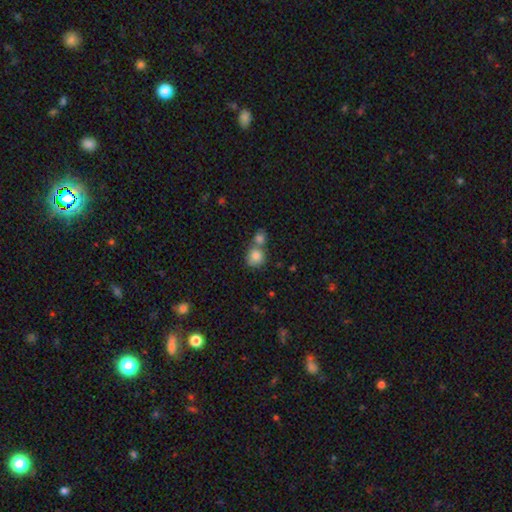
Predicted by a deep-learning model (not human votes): Overall: smooth (84%). How rounded: round (82%). Merging: merger (47%; none 41%).